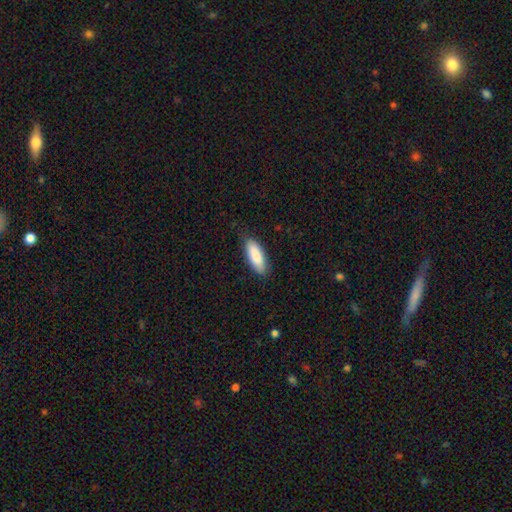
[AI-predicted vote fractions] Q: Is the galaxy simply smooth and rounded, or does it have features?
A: smooth — 86%.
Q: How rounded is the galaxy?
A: in between — 68%.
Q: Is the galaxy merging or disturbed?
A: none — 83%.